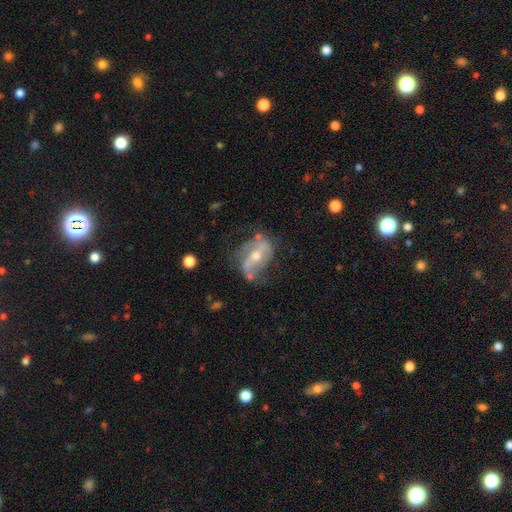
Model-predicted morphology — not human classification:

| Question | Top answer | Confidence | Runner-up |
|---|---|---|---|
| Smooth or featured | featured or disk | 78% | smooth (15%) |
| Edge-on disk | no | 92% | yes (8%) |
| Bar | strong | 52% | weak (29%) |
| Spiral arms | yes | 77% | no (23%) |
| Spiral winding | loose | 50% | medium (34%) |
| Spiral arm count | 2 | 76% | can't tell (11%) |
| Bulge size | moderate | 60% | small (36%) |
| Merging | none | 53% | minor disturbance (25%) |